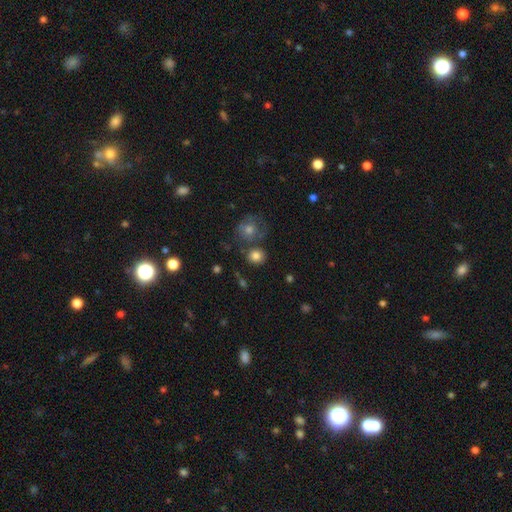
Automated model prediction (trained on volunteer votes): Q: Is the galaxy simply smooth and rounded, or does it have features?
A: smooth — 81%.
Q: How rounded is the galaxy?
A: round — 81%.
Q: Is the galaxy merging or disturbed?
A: none — 67%.